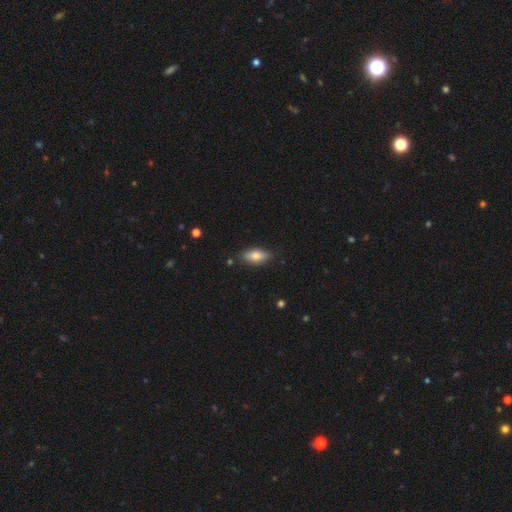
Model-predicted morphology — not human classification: Q: Smooth or featured?
A: smooth (74%); runner-up: featured or disk (19%)
Q: How rounded?
A: in between (77%); runner-up: cigar-shaped (20%)
Q: Merging?
A: none (82%); runner-up: minor disturbance (14%)